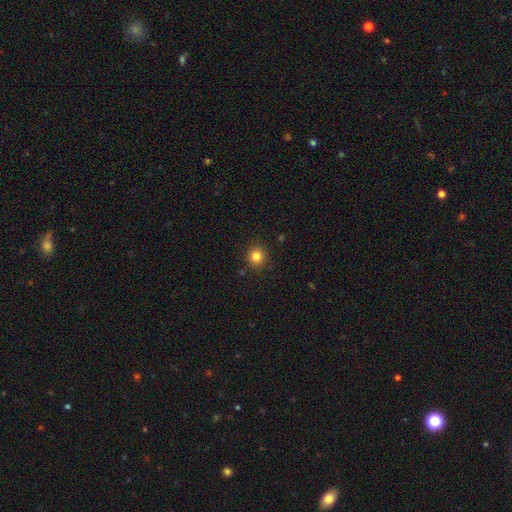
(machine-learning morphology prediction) Smooth or featured: smooth — 83% (star or artifact — 12%)
How rounded: round — 91% (in between — 8%)
Merging: none — 90% (minor disturbance — 7%)